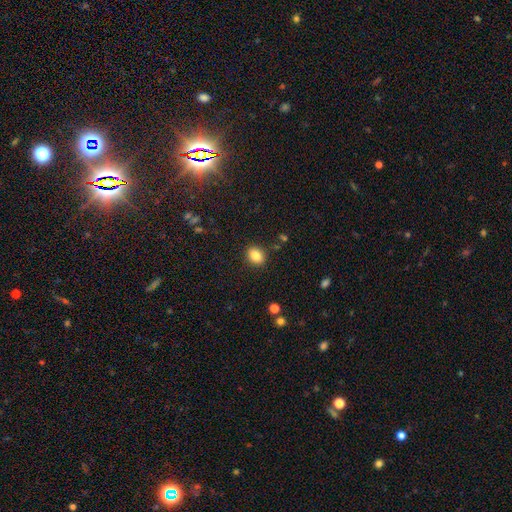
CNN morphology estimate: smooth 85%, star or artifact 10%, featured or disk 6%. Down the decision tree: how rounded — in between (61%); merging — none (88%).